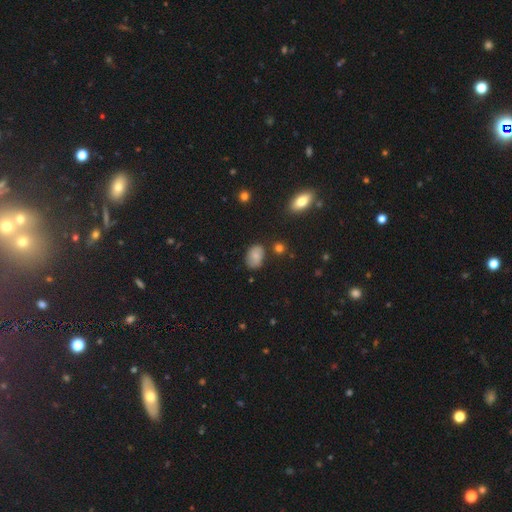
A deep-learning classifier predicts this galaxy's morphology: smooth 77%, featured or disk 11%, star or artifact 11%. Down the decision tree: how rounded — in between (84%); merging — none (70%).